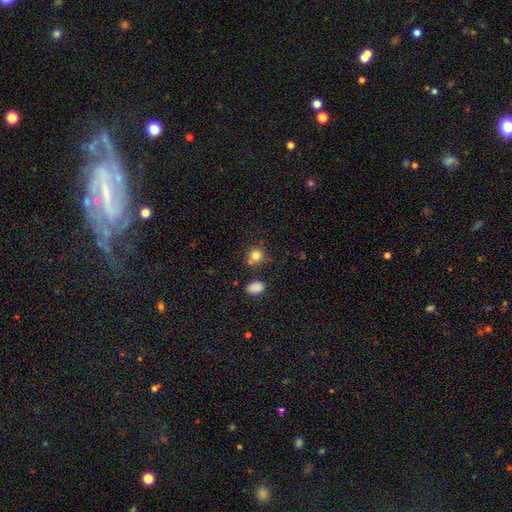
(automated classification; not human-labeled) The model was most divided on "merging": none: 73%, minor disturbance: 13%, merger: 11%, major disturbance: 4%. More confident: how rounded — round (83%); smooth or featured — smooth (81%).